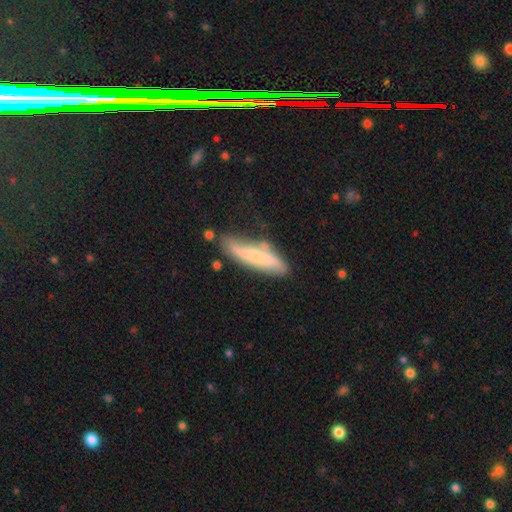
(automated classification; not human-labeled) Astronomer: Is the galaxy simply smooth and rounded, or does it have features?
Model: smooth — 50% (runner-up: featured or disk, 42%).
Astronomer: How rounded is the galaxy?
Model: cigar-shaped — 75%.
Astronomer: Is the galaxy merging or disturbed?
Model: none — 57%.